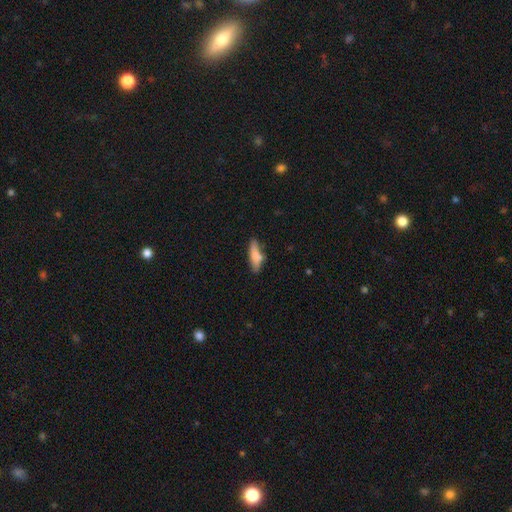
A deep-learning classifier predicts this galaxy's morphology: Smooth or featured: smooth — 72% (featured or disk — 21%)
How rounded: cigar-shaped — 59% (in between — 39%)
Merging: none — 67% (minor disturbance — 22%)